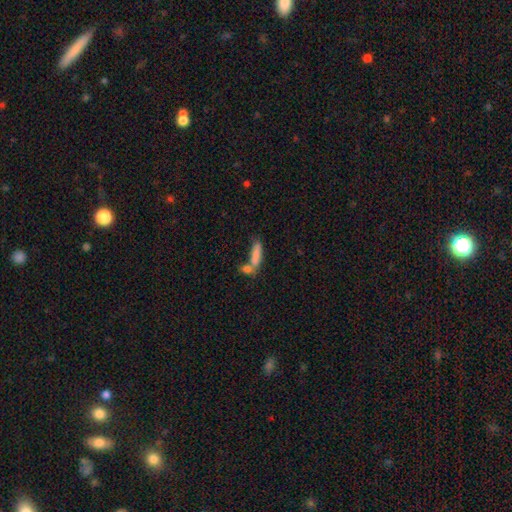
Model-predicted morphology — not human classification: This appears to be a smooth galaxy with no disk features (80%) that is cigar-shaped (63%). Merging: merger (41%).